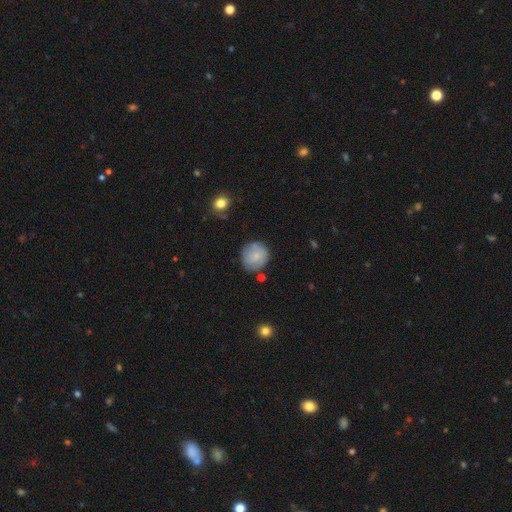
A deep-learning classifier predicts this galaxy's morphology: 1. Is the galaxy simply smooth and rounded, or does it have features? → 74% smooth, 19% featured or disk, 7% star or artifact.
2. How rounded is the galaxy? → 89% round, 10% in between, 1% cigar-shaped.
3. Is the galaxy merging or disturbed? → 75% none, 18% minor disturbance, 4% major disturbance, 4% merger.